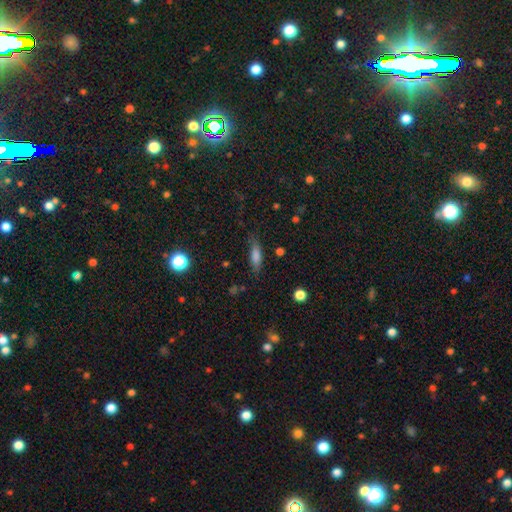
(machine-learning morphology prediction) Smooth or featured? smooth (77%)
How rounded? cigar-shaped (51%)
Merging? none (74%)